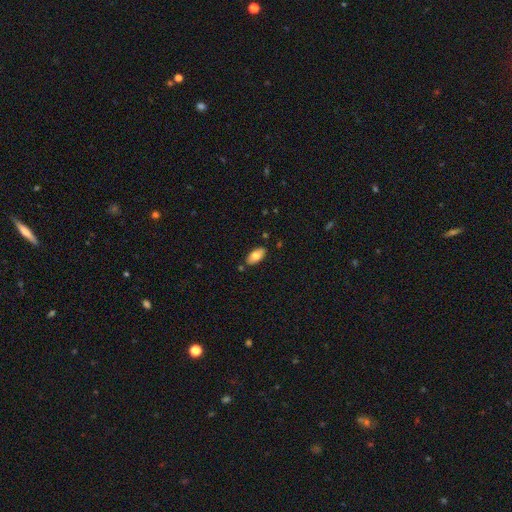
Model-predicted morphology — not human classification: A smooth galaxy with no disk features (74%) that is in between round and cigar-shaped (93%).

Vote fractions:
- Smooth or featured? smooth: 74% / featured or disk: 20% / star or artifact: 7%
- How rounded? in between: 93% / cigar-shaped: 5% / round: 3%
- Merging? none: 84% / minor disturbance: 11% / merger: 3% / major disturbance: 2%